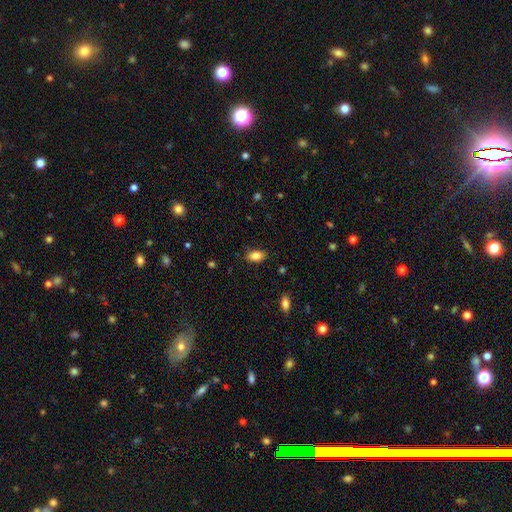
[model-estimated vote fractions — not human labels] A smooth galaxy with no disk features (85%) that is in between round and cigar-shaped (91%). Merging: none (84%).